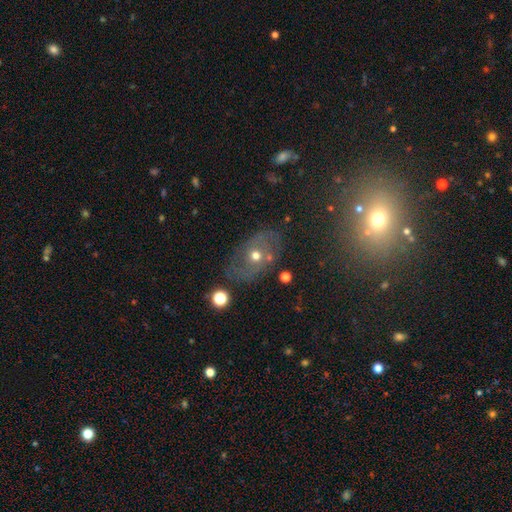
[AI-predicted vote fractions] A featured or disk galaxy (52%).

Vote fractions:
- Smooth or featured? featured or disk: 52% / smooth: 36% / star or artifact: 12%
- Edge-on disk? no: 93% / yes: 7%
- Merging? none: 68% / minor disturbance: 18% / major disturbance: 9% / merger: 5%